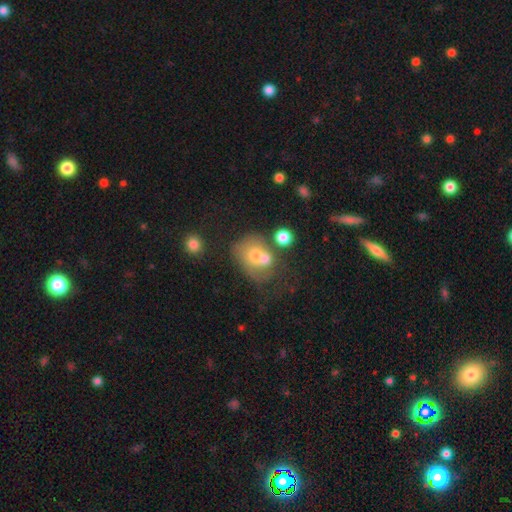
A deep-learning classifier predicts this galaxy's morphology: The model was most divided on "how rounded": round: 50%, in between: 49%, cigar-shaped: 1%. Remaining: smooth or featured — smooth (60%); merging — merger (49%).